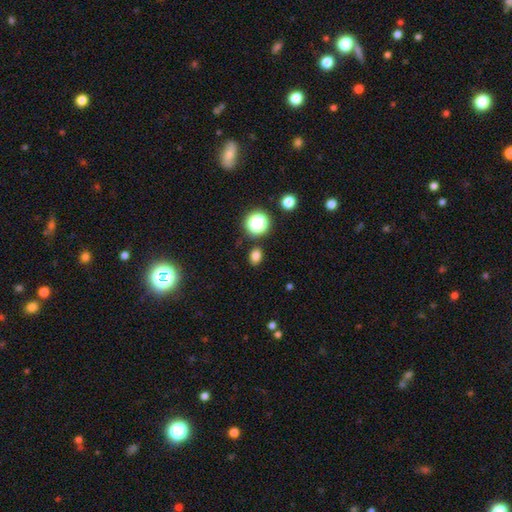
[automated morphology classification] Q: Smooth or featured?
A: smooth (78%); runner-up: star or artifact (17%)
Q: How rounded?
A: in between (61%); runner-up: round (38%)
Q: Merging?
A: none (86%); runner-up: minor disturbance (9%)